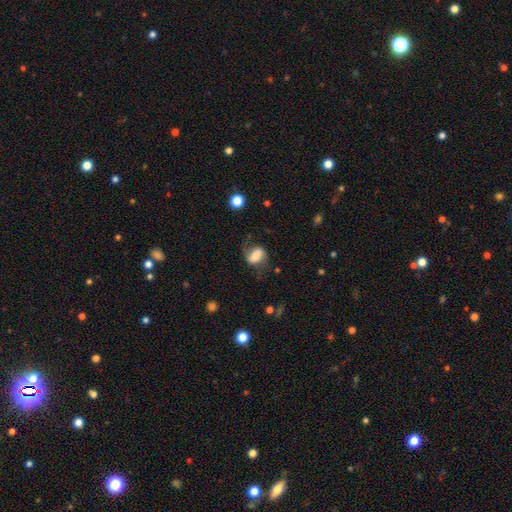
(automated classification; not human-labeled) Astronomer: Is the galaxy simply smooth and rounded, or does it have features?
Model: smooth — 49% (runner-up: featured or disk, 41%).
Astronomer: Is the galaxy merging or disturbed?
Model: none — 57%.